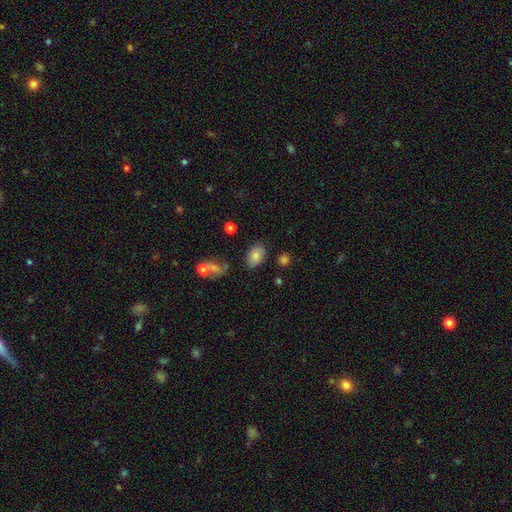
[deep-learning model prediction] Smooth or featured? smooth (81%)
How rounded? in between (87%)
Merging? none (78%)